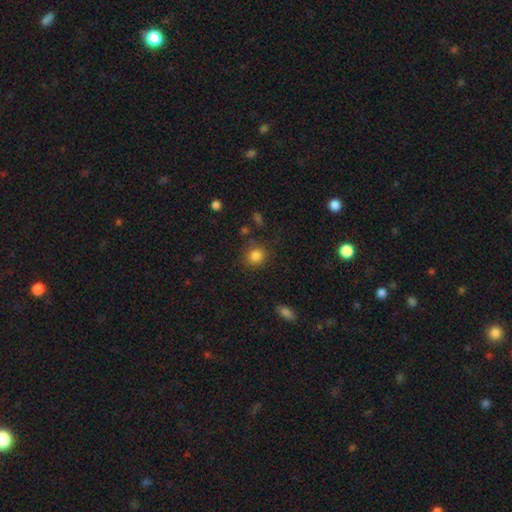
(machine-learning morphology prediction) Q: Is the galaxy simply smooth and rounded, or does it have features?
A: smooth — 84%.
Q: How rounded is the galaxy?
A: round — 85%.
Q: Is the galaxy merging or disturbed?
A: none — 83%.